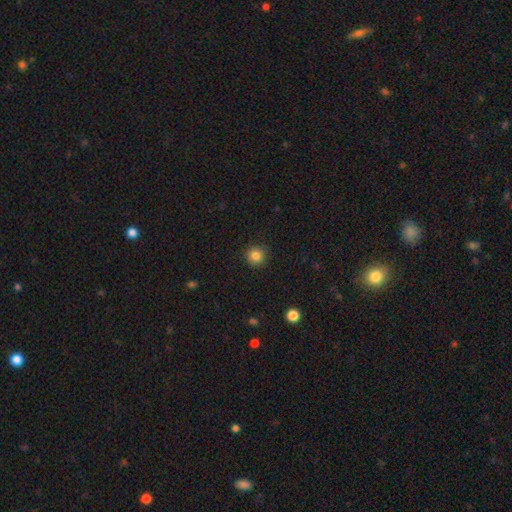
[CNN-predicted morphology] smooth 84%, star or artifact 11%, featured or disk 5%. Down the decision tree: how rounded — round (95%); merging — none (91%).